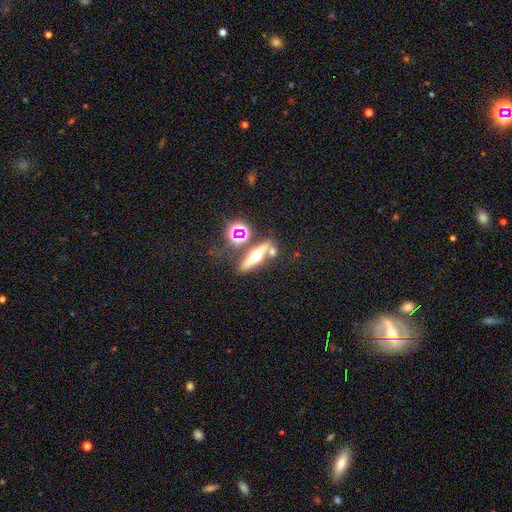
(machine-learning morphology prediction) A featured or disk galaxy (58%) viewed edge-on (88%) with a rounded central bulge (95%).

Vote fractions:
- Smooth or featured? featured or disk: 58% / smooth: 26% / star or artifact: 15%
- Edge-on disk? yes: 88% / no: 12%
- Edge-on bulge? rounded: 95% / boxy: 3% / none: 2%
- Merging? none: 73% / merger: 12% / minor disturbance: 10% / major disturbance: 5%